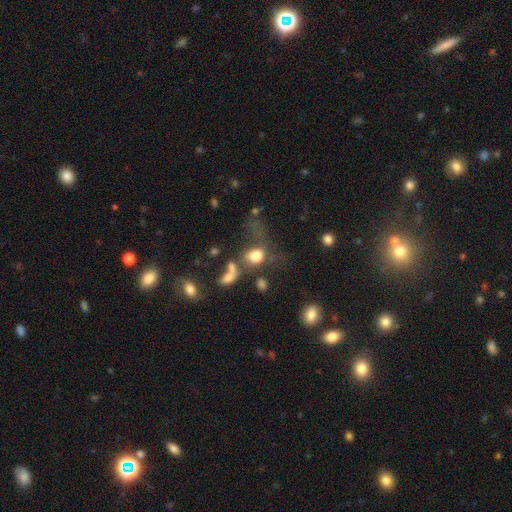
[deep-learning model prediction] Overall: smooth (71%). How rounded: round (50%; in between 47%). Merging: major disturbance (34%; none 27%).